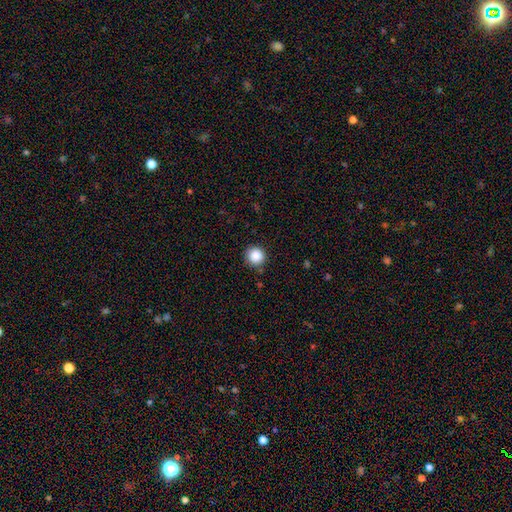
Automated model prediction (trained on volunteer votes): Smooth or featured? smooth (87%)
How rounded? round (95%)
Merging? none (89%)